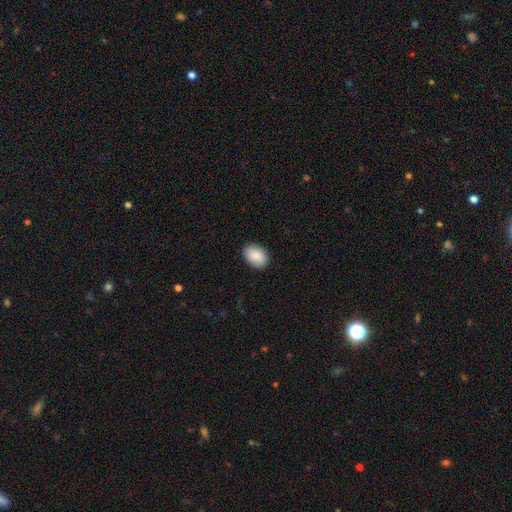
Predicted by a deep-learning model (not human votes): Smooth or featured?
  - smooth: 89% *
  - star or artifact: 6%
  - featured or disk: 5%
How rounded?
  - in between: 86% *
  - round: 13%
  - cigar-shaped: 1%
Merging?
  - none: 89% *
  - minor disturbance: 8%
  - major disturbance: 2%
  - merger: 1%